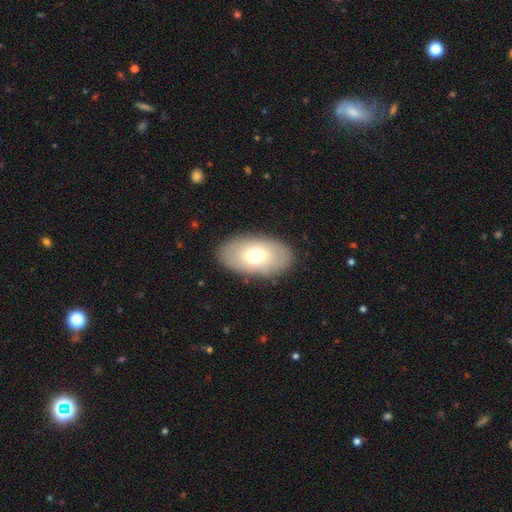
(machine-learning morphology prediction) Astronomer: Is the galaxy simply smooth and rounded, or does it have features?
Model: smooth — 66%.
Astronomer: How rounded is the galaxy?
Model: in between — 93%.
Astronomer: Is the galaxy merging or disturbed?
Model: none — 86%.